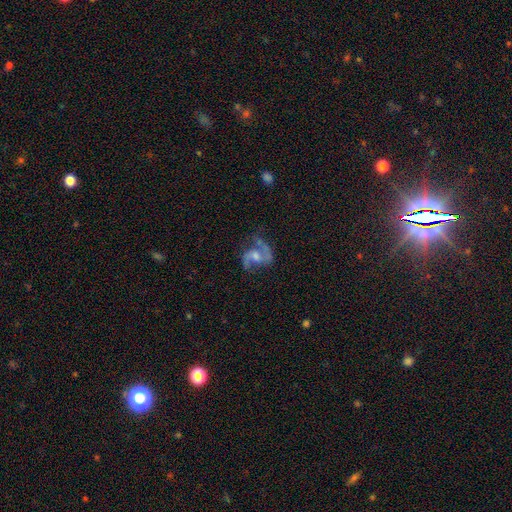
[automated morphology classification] The model was most divided on "bar" (2-way tie): weak: 43%, no: 43%, strong: 14%. Remaining: edge-on disk — no (98%); spiral arms — yes (95%); spiral arm count — 2 (90%); smooth or featured — featured or disk (85%); merging — none (60%); bulge size — moderate (48%); spiral winding — medium (46%).